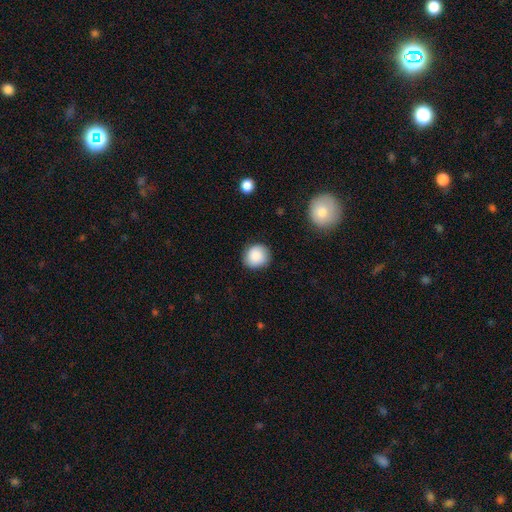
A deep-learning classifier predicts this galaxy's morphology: The model was most divided on "how rounded": round: 88%, in between: 11%, cigar-shaped: 1%. More confident: smooth or featured — smooth (88%); merging — none (87%).